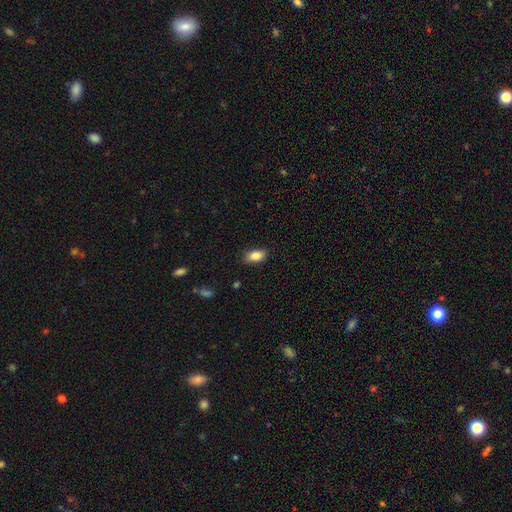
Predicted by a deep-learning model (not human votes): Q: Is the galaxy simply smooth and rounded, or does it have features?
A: smooth — 85%.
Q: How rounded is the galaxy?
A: in between — 90%.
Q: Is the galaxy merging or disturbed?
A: none — 85%.